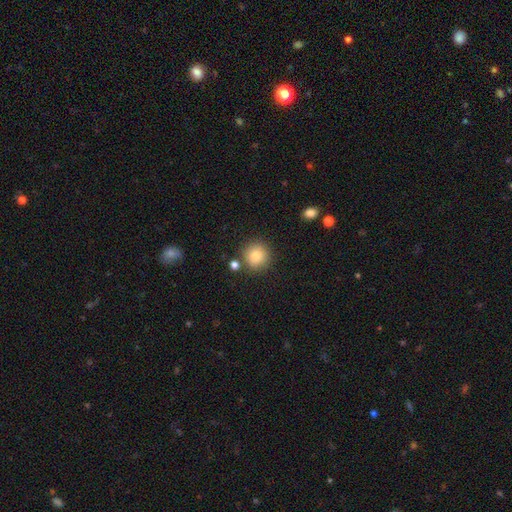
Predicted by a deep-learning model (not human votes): Smooth or featured? smooth (83%)
How rounded? round (93%)
Merging? none (84%)